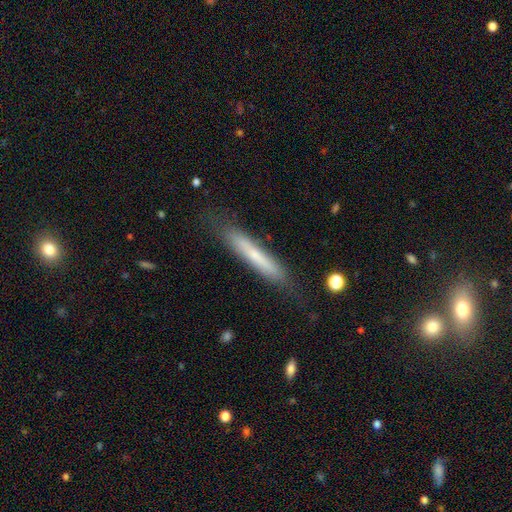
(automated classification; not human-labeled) This appears to be a smooth galaxy with no disk features (59%) that is cigar-shaped (93%). Merging: none (79%).